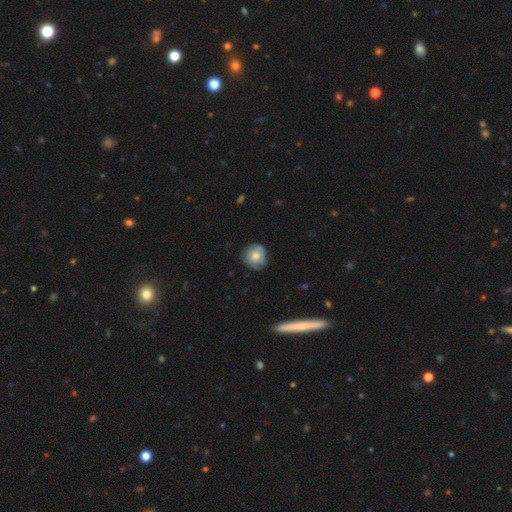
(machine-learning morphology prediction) Q: Smooth or featured?
A: smooth (61%); runner-up: featured or disk (32%)
Q: How rounded?
A: round (88%); runner-up: in between (11%)
Q: Merging?
A: none (72%); runner-up: minor disturbance (21%)